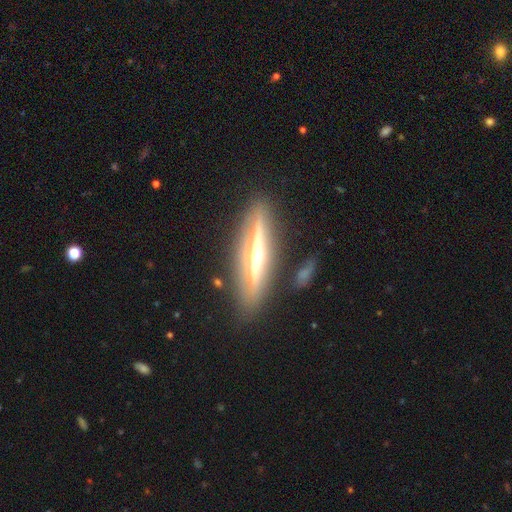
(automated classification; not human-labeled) smooth_or_featured: featured or disk (p=0.77) [alt: smooth p=0.17]
disk_edge_on: yes (p=0.93) [alt: no p=0.07]
edge_on_bulge: rounded (p=0.93) [alt: boxy p=0.04]
merging: none (p=0.85) [alt: minor disturbance p=0.09]